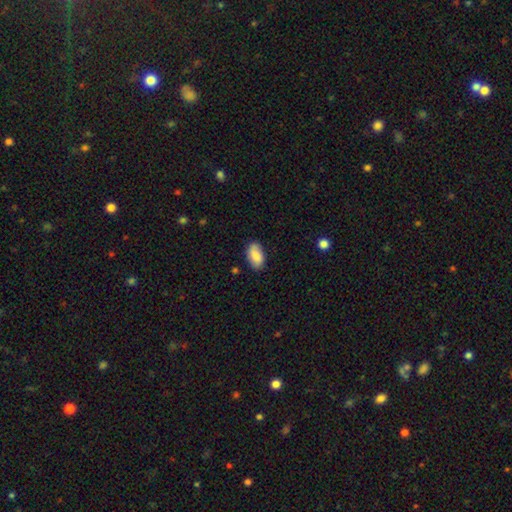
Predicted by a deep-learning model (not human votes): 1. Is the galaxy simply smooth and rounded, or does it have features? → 83% smooth, 10% featured or disk, 7% star or artifact.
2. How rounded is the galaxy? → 94% in between, 4% round, 2% cigar-shaped.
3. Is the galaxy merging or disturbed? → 80% none, 15% minor disturbance, 3% major disturbance, 1% merger.